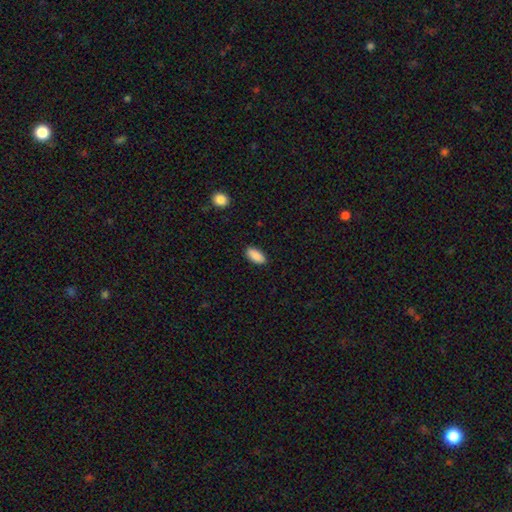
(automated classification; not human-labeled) Smooth or featured? smooth (90%)
How rounded? in between (91%)
Merging? none (88%)